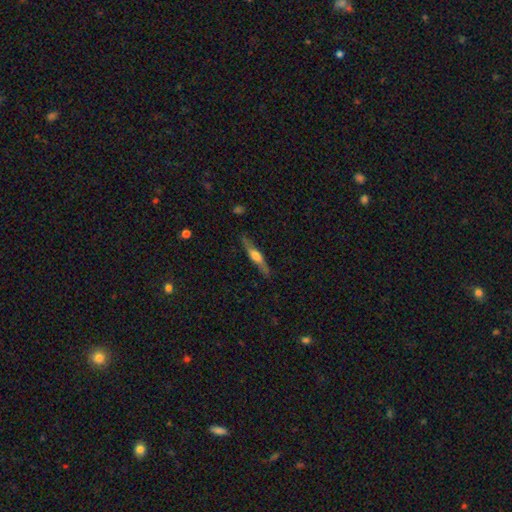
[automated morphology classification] smooth_or_featured: featured or disk (p=0.57) [alt: smooth p=0.37]
disk_edge_on: yes (p=0.92) [alt: no p=0.08]
edge_on_bulge: rounded (p=0.72) [alt: boxy p=0.20]
merging: none (p=0.83) [alt: minor disturbance p=0.13]